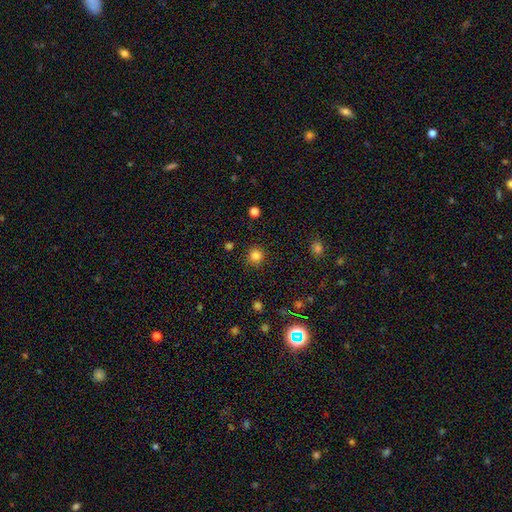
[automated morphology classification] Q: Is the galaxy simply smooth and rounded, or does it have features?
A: smooth — 83%.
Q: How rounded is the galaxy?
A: round — 93%.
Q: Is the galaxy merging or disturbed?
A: none — 89%.